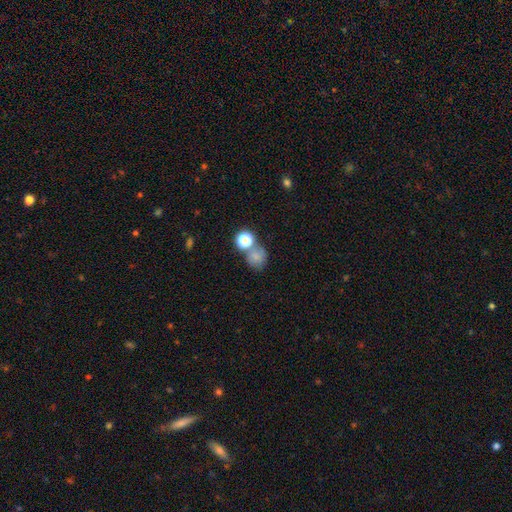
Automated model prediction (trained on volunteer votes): Q: Smooth or featured?
A: smooth (73%); runner-up: star or artifact (17%)
Q: How rounded?
A: round (71%); runner-up: in between (28%)
Q: Merging?
A: none (48%); runner-up: merger (33%)